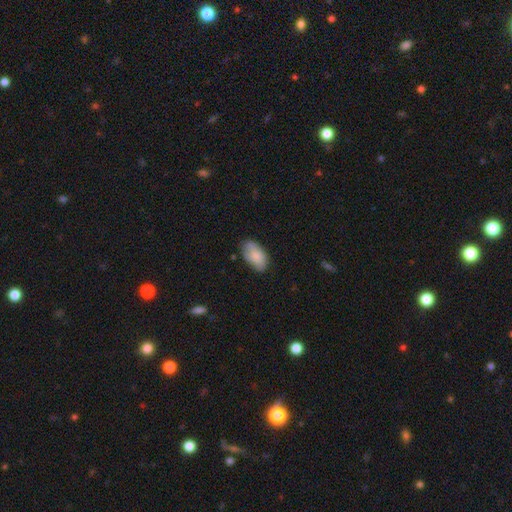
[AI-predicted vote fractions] Smooth or featured? smooth (82%)
How rounded? in between (94%)
Merging? none (71%)